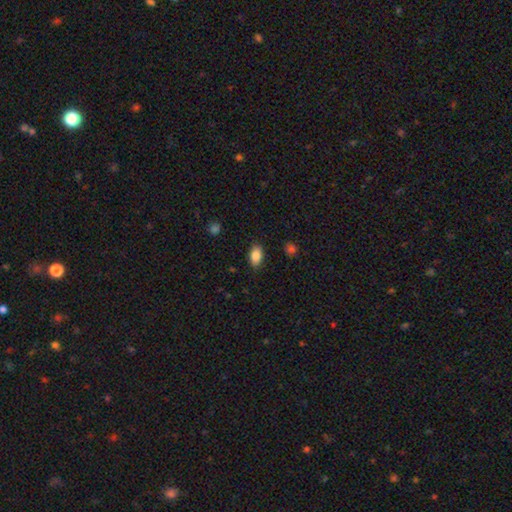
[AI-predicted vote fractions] smooth 85%, star or artifact 8%, featured or disk 8%. Down the decision tree: how rounded — in between (90%); merging — none (87%).